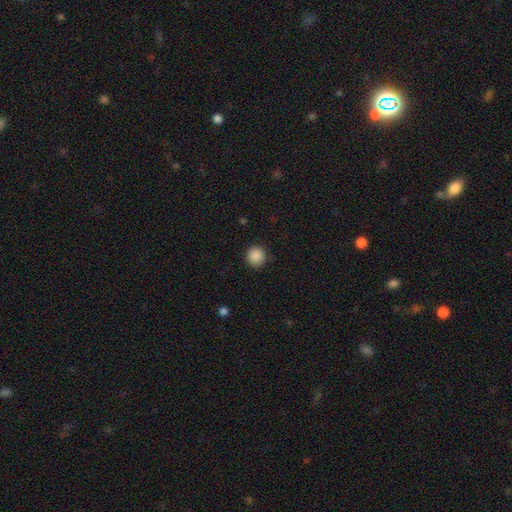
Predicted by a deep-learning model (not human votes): smooth 88%, star or artifact 9%, featured or disk 3%. Down the decision tree: how rounded — round (91%); merging — none (89%).